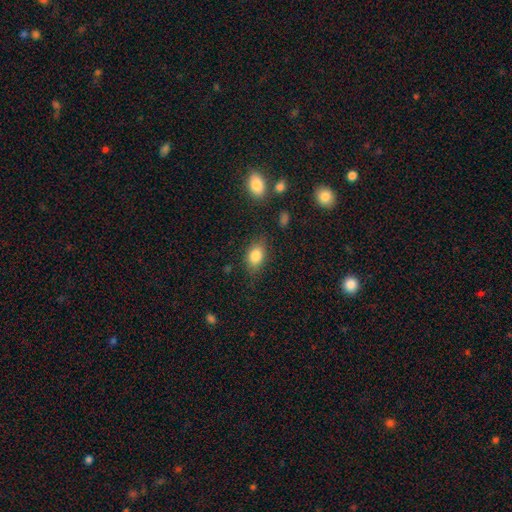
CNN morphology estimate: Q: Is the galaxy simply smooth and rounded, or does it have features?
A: smooth — 83%.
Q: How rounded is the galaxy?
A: in between — 84%.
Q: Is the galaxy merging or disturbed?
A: none — 78%.